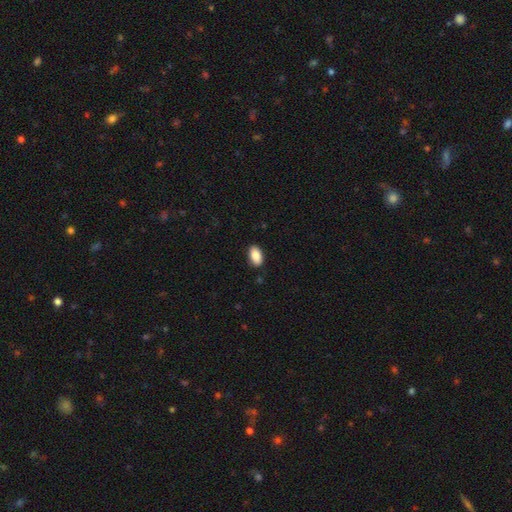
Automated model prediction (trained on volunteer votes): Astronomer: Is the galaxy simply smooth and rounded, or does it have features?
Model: smooth — 88%.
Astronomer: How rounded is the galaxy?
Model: in between — 94%.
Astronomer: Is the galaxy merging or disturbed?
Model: none — 88%.